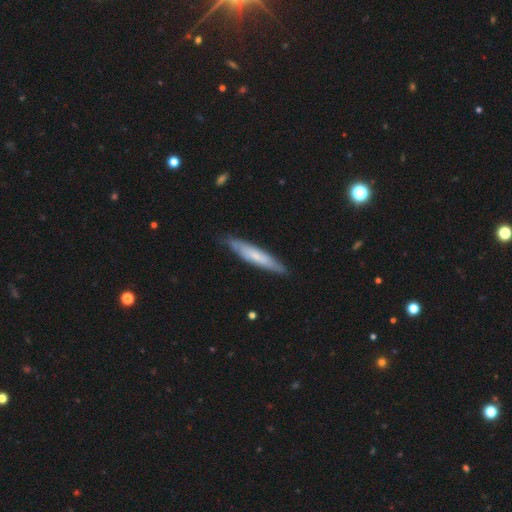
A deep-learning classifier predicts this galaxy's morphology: smooth-or-featured: smooth: 52% | featured or disk: 42% | star or artifact: 6%
  how-rounded: cigar-shaped: 89% | in between: 10% | round: 1%
  merging: none: 82% | minor disturbance: 15% | major disturbance: 2% | merger: 1%